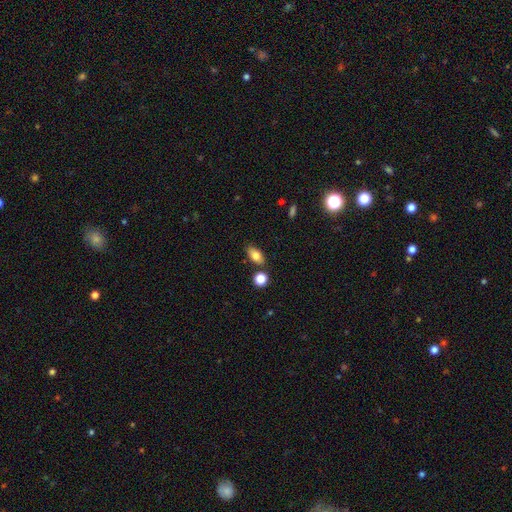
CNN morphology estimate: Smooth or featured? Predicted: smooth (p=0.79). How rounded? Predicted: in between (p=0.87). Merging? Predicted: none (p=0.79).